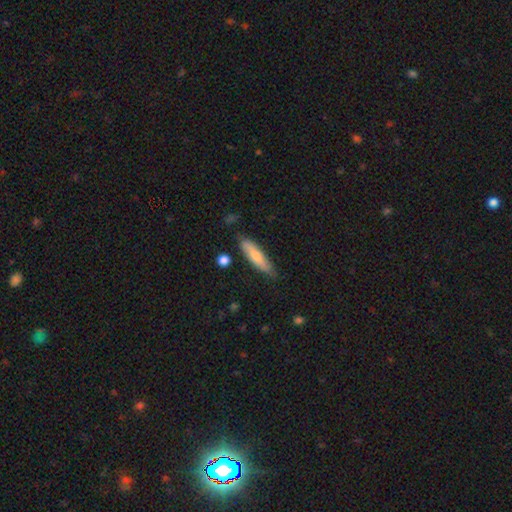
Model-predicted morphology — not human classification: The model was most divided on "how rounded": cigar-shaped: 69%, in between: 29%, round: 2%. More confident: merging — none (77%); smooth or featured — smooth (69%).